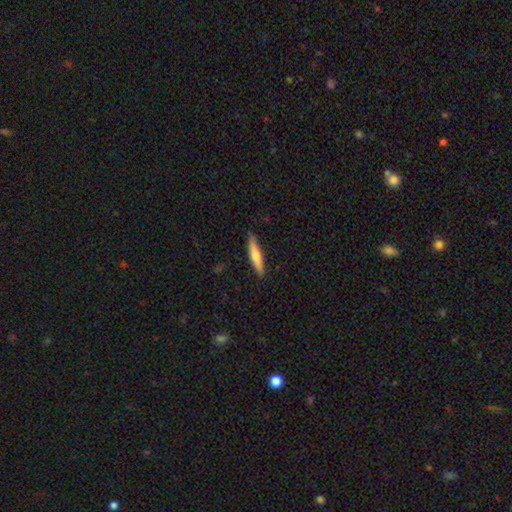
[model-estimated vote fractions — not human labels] smooth 58%, featured or disk 36%, star or artifact 6%. Down the decision tree: how rounded — cigar-shaped (85%); merging — none (88%).